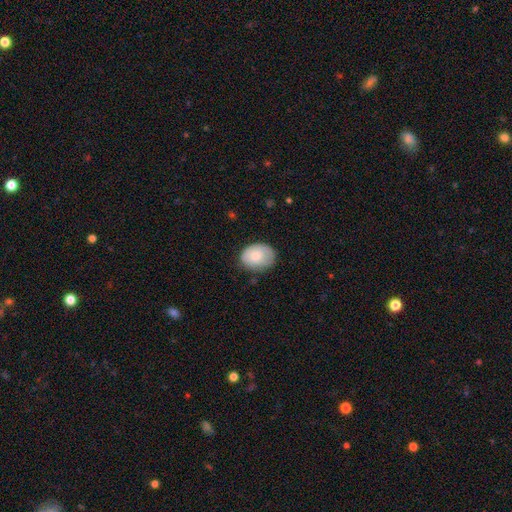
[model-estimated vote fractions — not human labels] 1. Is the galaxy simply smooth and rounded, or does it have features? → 78% smooth, 15% featured or disk, 6% star or artifact.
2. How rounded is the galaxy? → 66% in between, 34% round, 1% cigar-shaped.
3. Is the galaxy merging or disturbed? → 71% none, 23% minor disturbance, 5% major disturbance, 1% merger.